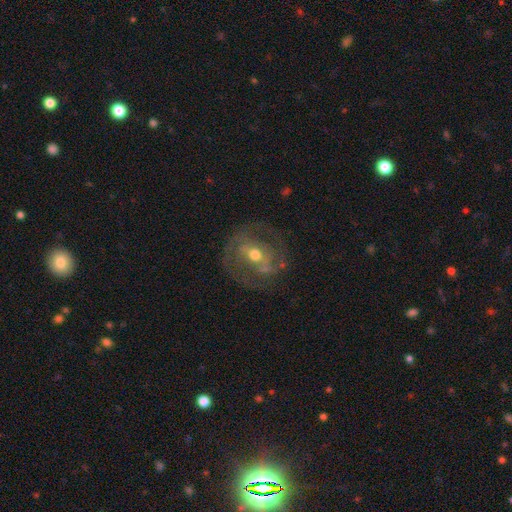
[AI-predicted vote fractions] Overall: featured or disk (75%). Edge-on disk: no (95%). Bar: no (39%; weak 38%). Spiral arms: yes (68%; no 32%). Bulge size: moderate (68%). Merging: none (70%).